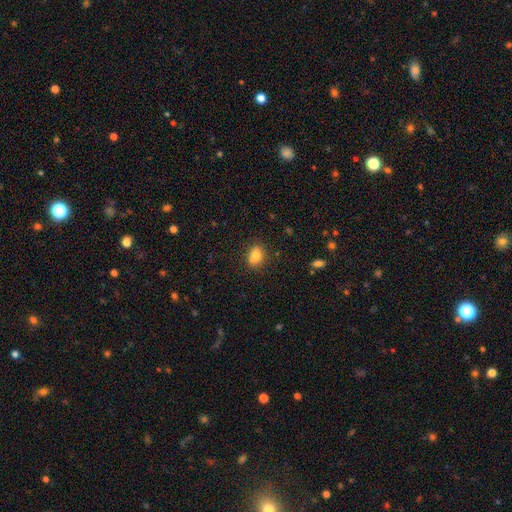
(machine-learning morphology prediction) smooth-or-featured: smooth: 82% | star or artifact: 9% | featured or disk: 9%
  how-rounded: in between: 73% | round: 25% | cigar-shaped: 2%
  merging: none: 78% | minor disturbance: 14% | merger: 4% | major disturbance: 3%